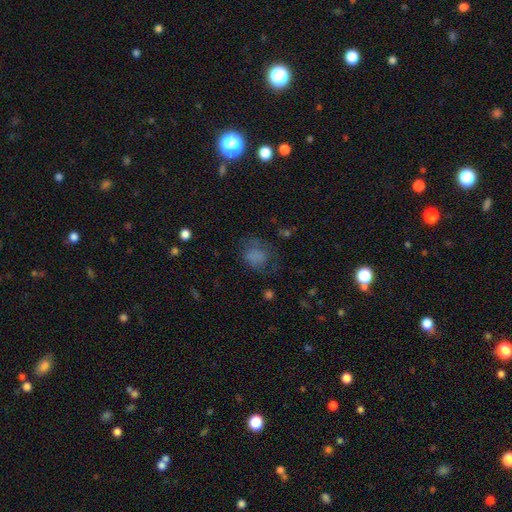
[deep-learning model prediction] Smooth or featured? Predicted: smooth (p=0.69). How rounded? Predicted: round (p=0.60). Merging? Predicted: none (p=0.53).